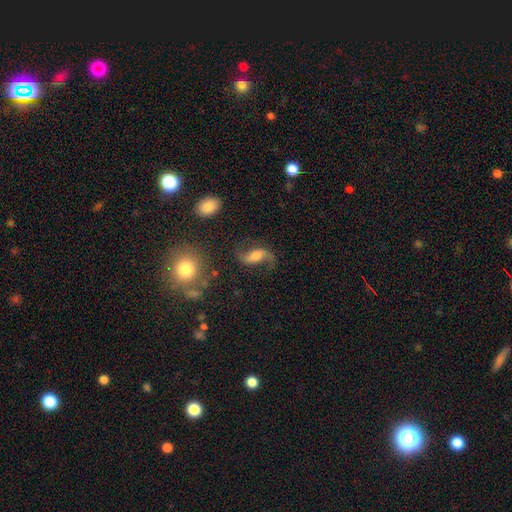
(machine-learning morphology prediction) Smooth or featured? featured or disk (78%)
Edge-on disk? no (95%)
Bar? weak (40%)
Spiral arms? yes (95%)
Spiral winding? loose (81%)
Spiral arm count? 2 (92%)
Bulge size? moderate (49%)
Merging? none (70%)